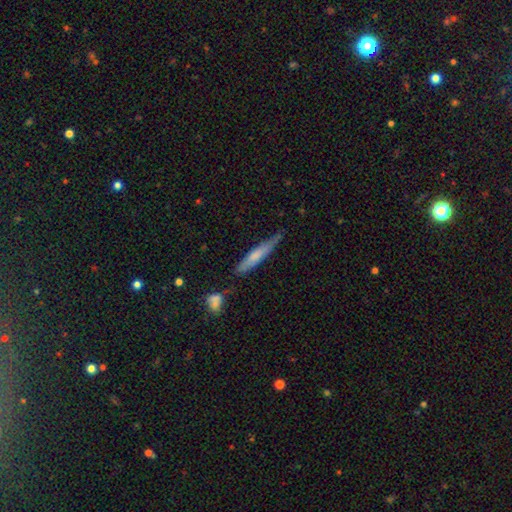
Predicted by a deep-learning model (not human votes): Smooth or featured? Predicted: smooth (p=0.57). How rounded? Predicted: cigar-shaped (p=0.90). Merging? Predicted: none (p=0.66).